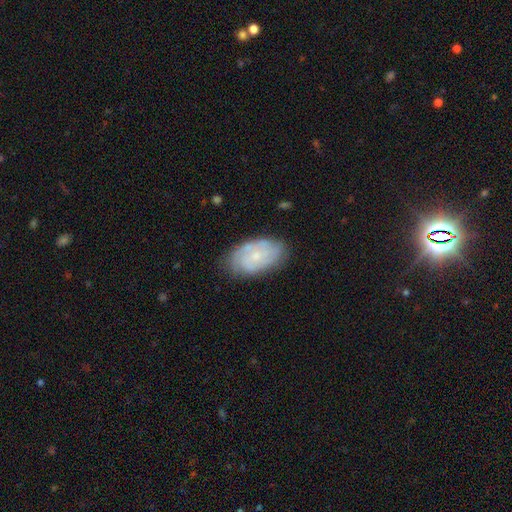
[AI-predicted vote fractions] featured or disk 68%, smooth 25%, star or artifact 7%. Down the decision tree: edge-on disk — no (96%); bar — no (73%); spiral arms — yes (89%); spiral arm count — can't tell (42%); spiral winding — tight (64%); bulge size — small (72%); merging — none (74%).